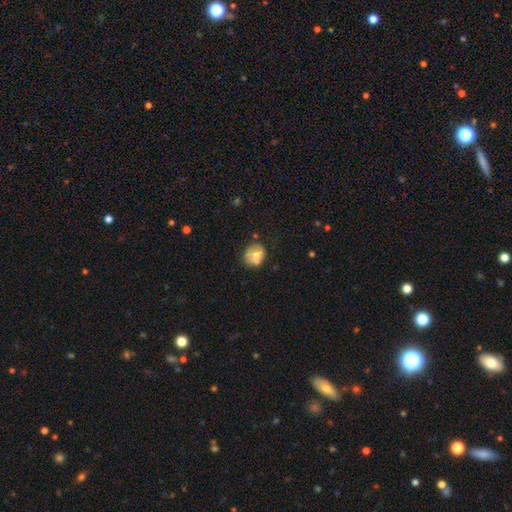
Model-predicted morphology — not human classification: Smooth or featured? Predicted: smooth (p=0.66). How rounded? Predicted: round (p=0.71). Merging? Predicted: none (p=0.59).